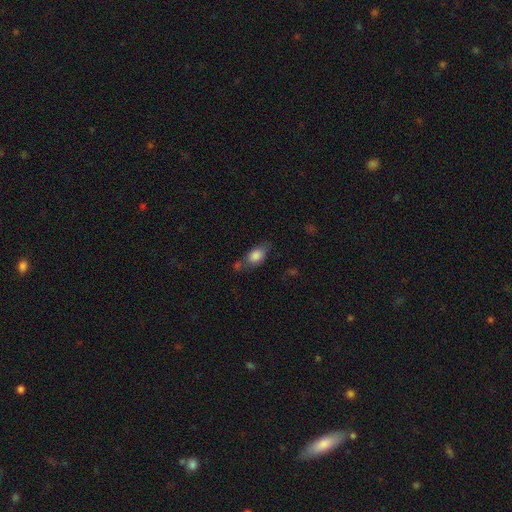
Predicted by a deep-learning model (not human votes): Smooth or featured? smooth (81%)
How rounded? in between (83%)
Merging? none (50%)